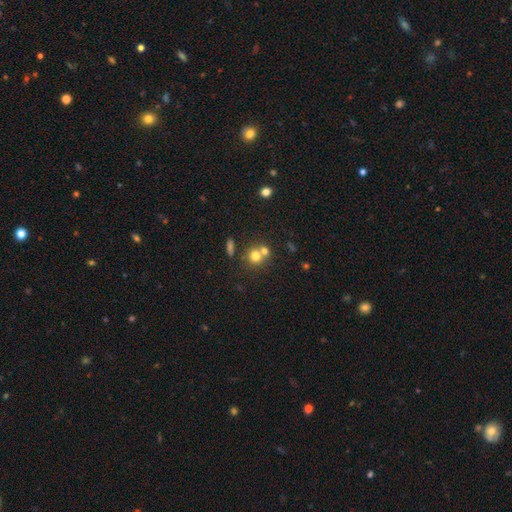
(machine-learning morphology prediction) This is likely a smooth galaxy (72%). How rounded: clearly round (84%). Merging: possibly none (47%).